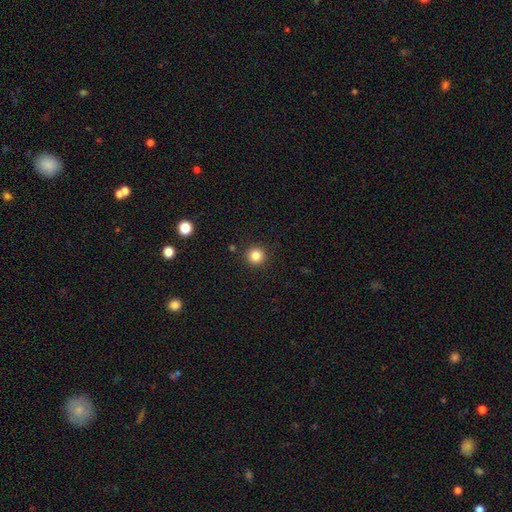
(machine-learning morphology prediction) This is clearly a smooth galaxy (83%). How rounded: clearly round (96%). Merging: clearly none (92%).